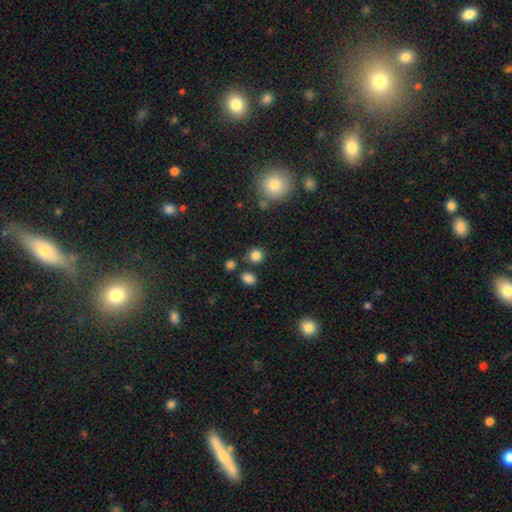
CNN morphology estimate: type=smooth (83%); roundness=round (85%); merging=none (79%).